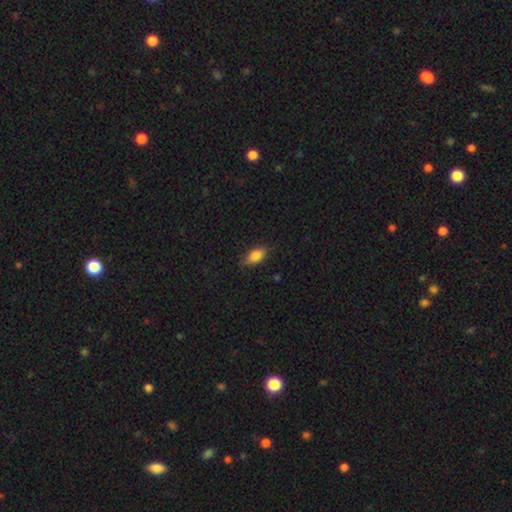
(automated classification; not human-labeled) Smooth or featured? Predicted: smooth (p=0.84). How rounded? Predicted: in between (p=0.88). Merging? Predicted: none (p=0.78).